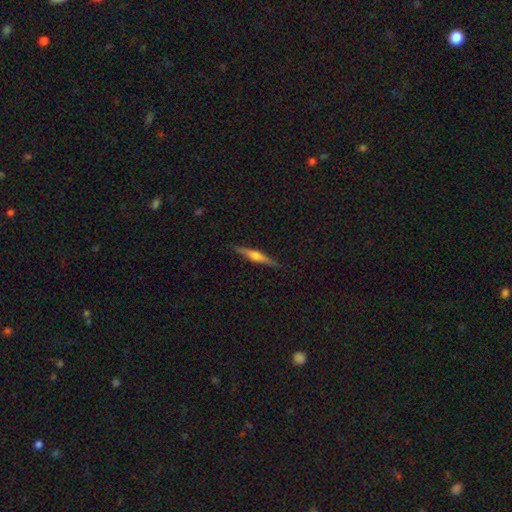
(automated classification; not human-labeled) smooth_or_featured: featured or disk (p=0.69) [alt: smooth p=0.25]
disk_edge_on: yes (p=0.98) [alt: no p=0.02]
edge_on_bulge: rounded (p=0.87) [alt: boxy p=0.08]
merging: none (p=0.90) [alt: minor disturbance p=0.07]